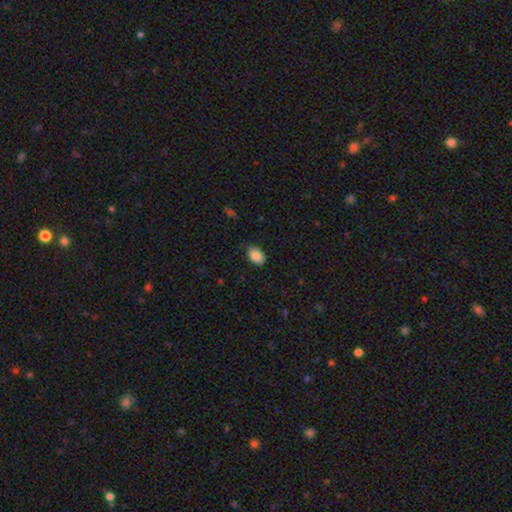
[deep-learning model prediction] smooth 83%, featured or disk 10%, star or artifact 8%. Down the decision tree: how rounded — in between (84%); merging — none (80%).